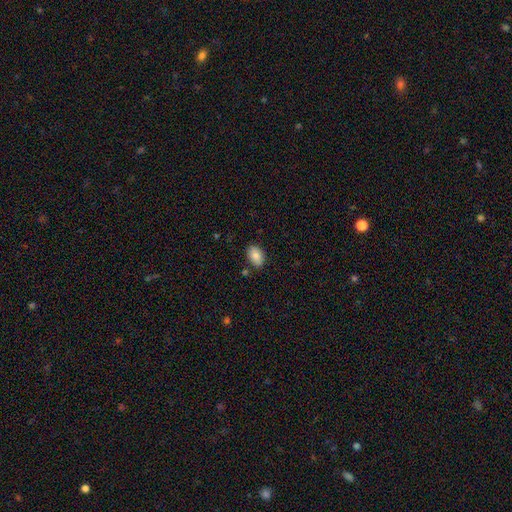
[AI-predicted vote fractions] The model was most divided on "merging": none: 83%, minor disturbance: 12%, merger: 3%, major disturbance: 2%. More confident: how rounded — in between (87%); smooth or featured — smooth (83%).